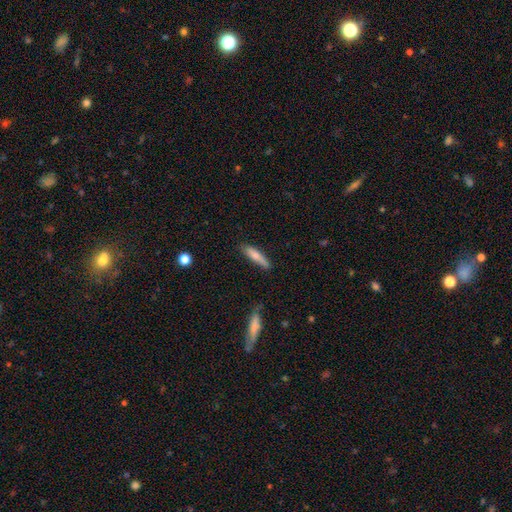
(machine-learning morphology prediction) Overall: smooth (71%). How rounded: cigar-shaped (80%). Merging: none (77%).